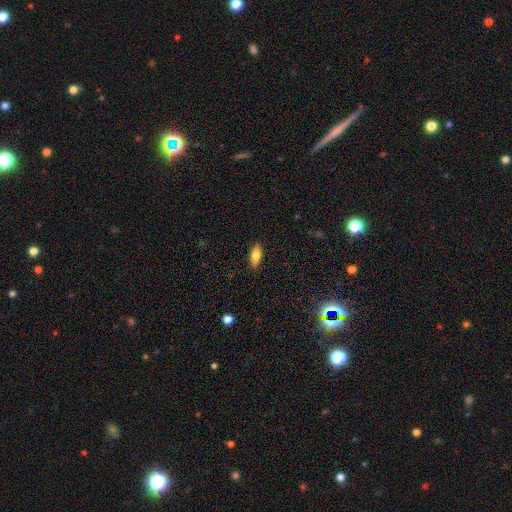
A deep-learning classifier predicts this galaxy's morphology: Smooth or featured? Predicted: smooth (p=0.77). How rounded? Predicted: in between (p=0.79). Merging? Predicted: none (p=0.88).